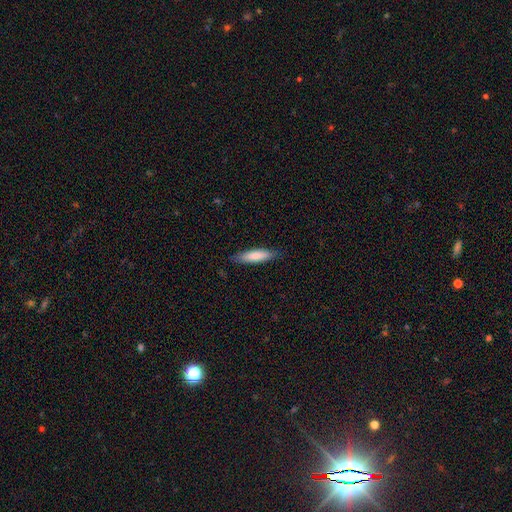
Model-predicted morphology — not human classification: A smooth galaxy with no disk features (80%) that is cigar-shaped (74%). Merging: none (86%).